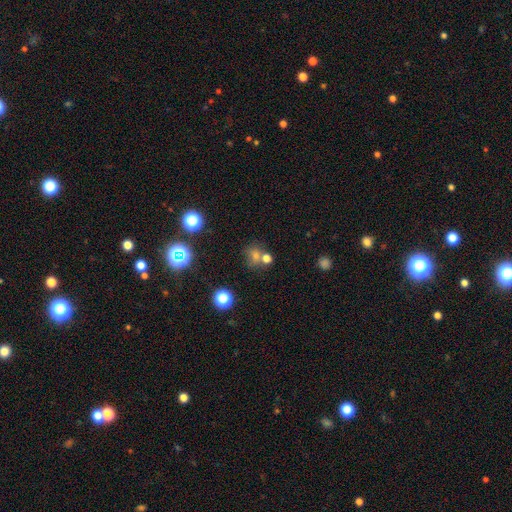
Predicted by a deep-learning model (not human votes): Smooth or featured: smooth — 55% (star or artifact — 32%)
How rounded: round — 79% (in between — 20%)
Merging: none — 59% (merger — 27%)